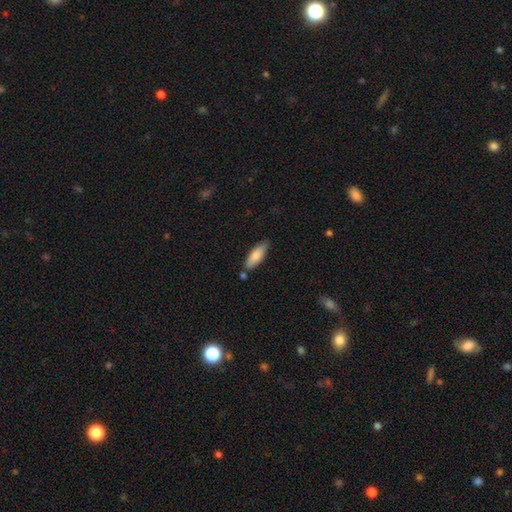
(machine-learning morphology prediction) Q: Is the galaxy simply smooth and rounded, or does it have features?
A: smooth — 82%.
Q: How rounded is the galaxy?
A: in between — 62%.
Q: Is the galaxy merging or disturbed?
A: none — 76%.